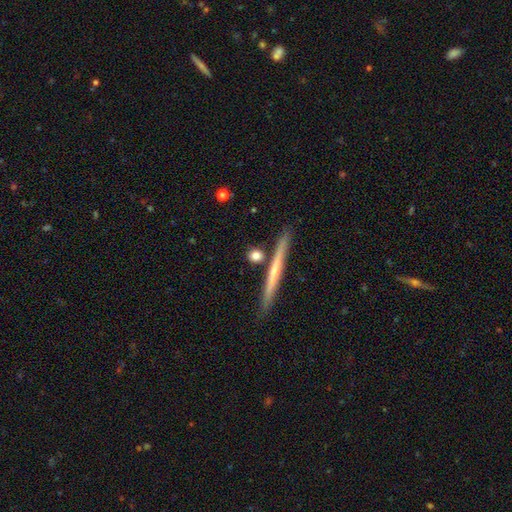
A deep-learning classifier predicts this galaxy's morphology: smooth 66%, featured or disk 27%, star or artifact 7%. Down the decision tree: how rounded — cigar-shaped (46%); merging — none (79%).